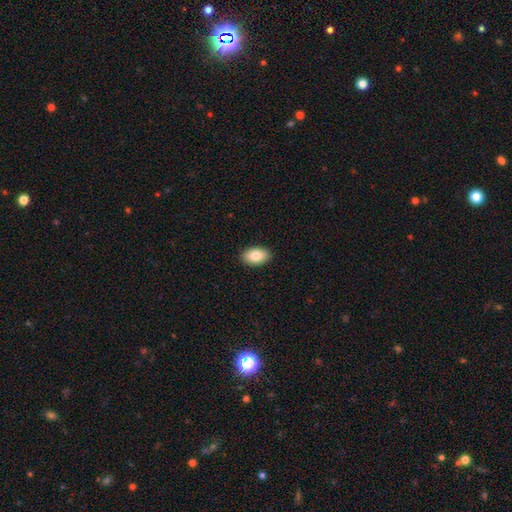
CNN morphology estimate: Q: Smooth or featured?
A: smooth (83%); runner-up: featured or disk (10%)
Q: How rounded?
A: in between (92%); runner-up: round (7%)
Q: Merging?
A: none (90%); runner-up: minor disturbance (7%)